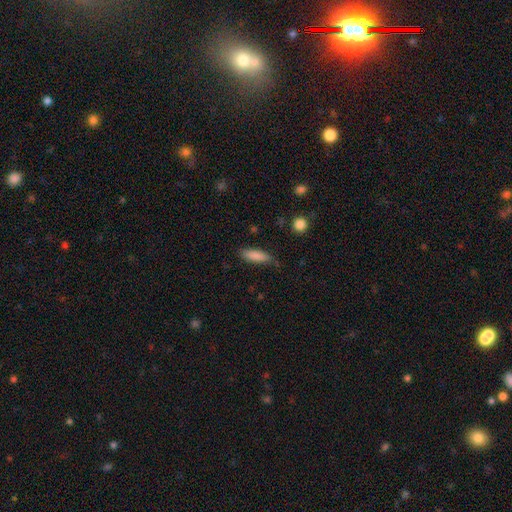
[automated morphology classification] Smooth or featured? smooth (85%)
How rounded? cigar-shaped (50%)
Merging? none (73%)